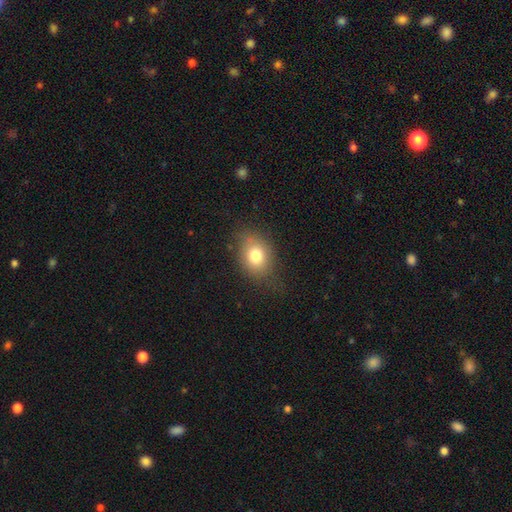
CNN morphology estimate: Smooth or featured: smooth — 76% (featured or disk — 13%)
How rounded: in between — 60% (round — 39%)
Merging: none — 67% (minor disturbance — 23%)